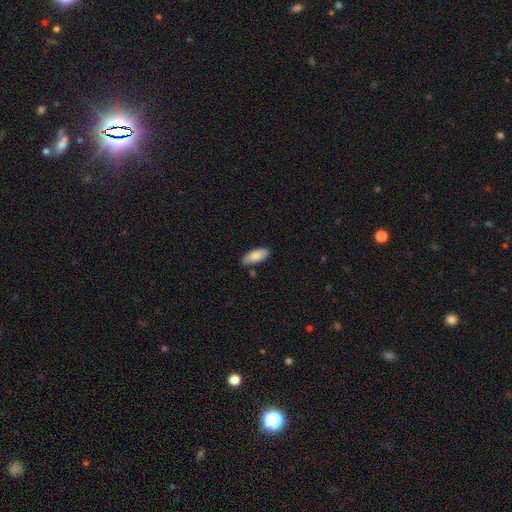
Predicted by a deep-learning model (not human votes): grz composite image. It shows a smooth galaxy with no disk features (87%) that is in between round and cigar-shaped (84%). Merging: none (79%).